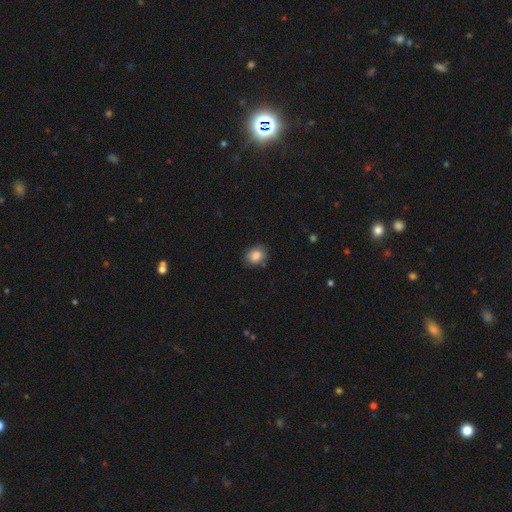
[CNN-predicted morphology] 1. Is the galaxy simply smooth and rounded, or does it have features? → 84% smooth, 9% star or artifact, 7% featured or disk.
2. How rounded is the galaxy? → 51% round, 48% in between, 1% cigar-shaped.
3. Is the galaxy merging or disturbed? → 78% none, 17% minor disturbance, 3% major disturbance, 2% merger.